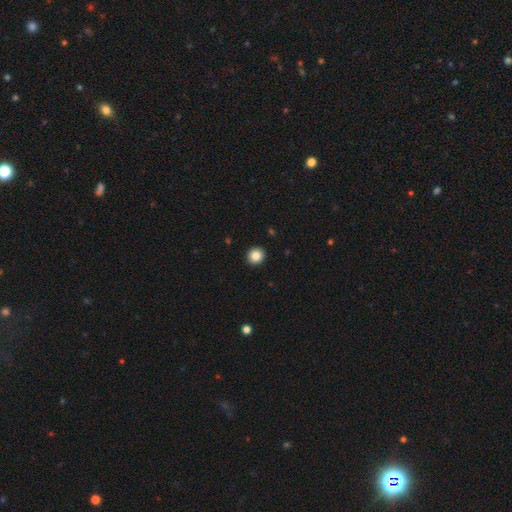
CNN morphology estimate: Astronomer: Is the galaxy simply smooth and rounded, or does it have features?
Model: smooth — 86%.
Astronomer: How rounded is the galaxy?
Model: round — 88%.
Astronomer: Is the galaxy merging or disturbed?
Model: none — 93%.